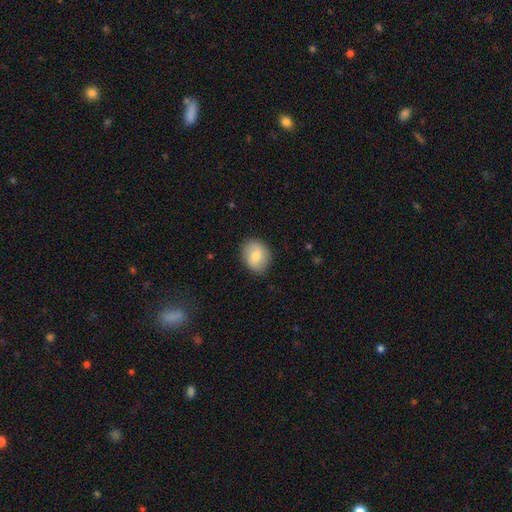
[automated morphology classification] Q: Smooth or featured?
A: smooth (74%); runner-up: featured or disk (19%)
Q: How rounded?
A: round (54%); runner-up: in between (45%)
Q: Merging?
A: none (85%); runner-up: minor disturbance (11%)